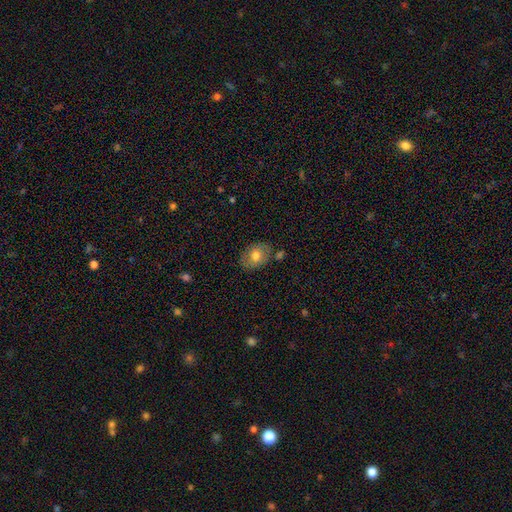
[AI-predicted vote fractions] smooth 71%, featured or disk 21%, star or artifact 8%. Down the decision tree: how rounded — in between (69%); merging — none (77%).